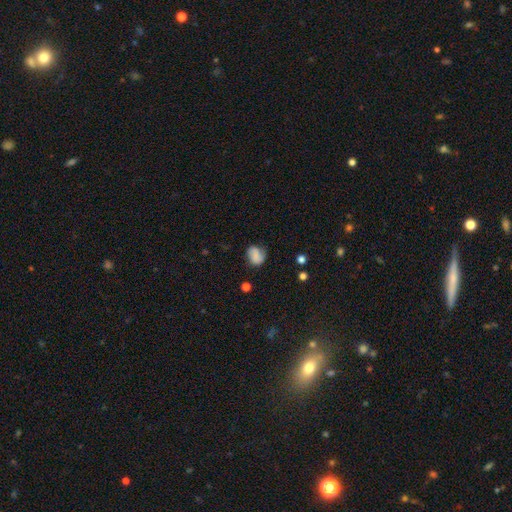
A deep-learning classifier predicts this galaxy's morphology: smooth 70%, featured or disk 20%, star or artifact 10%. Down the decision tree: how rounded — in between (53%); merging — none (62%).